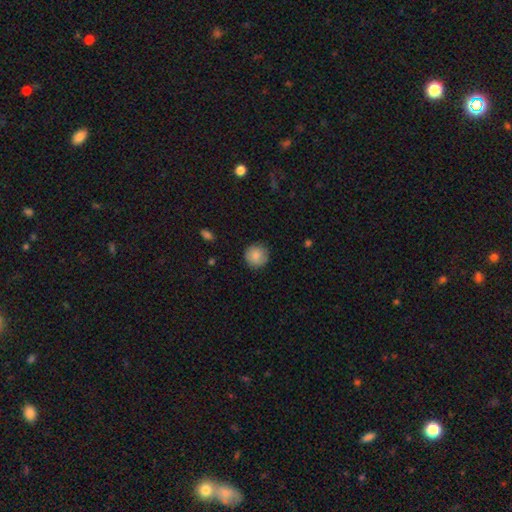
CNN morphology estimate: The model was most divided on "merging": none: 85%, minor disturbance: 12%, major disturbance: 3%, merger: 1%. More confident: how rounded — round (93%); smooth or featured — smooth (83%).